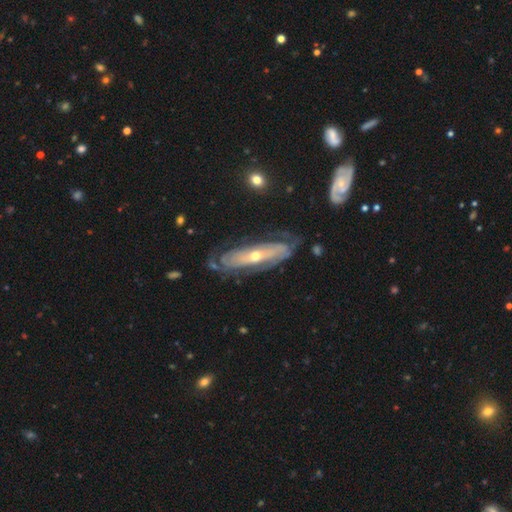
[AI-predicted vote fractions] Morphology: type=featured or disk (80%); edge-on=no (77%); bar=no (69%); spiral arms=yes (78%); bulge=moderate (54%); merging=none (64%).